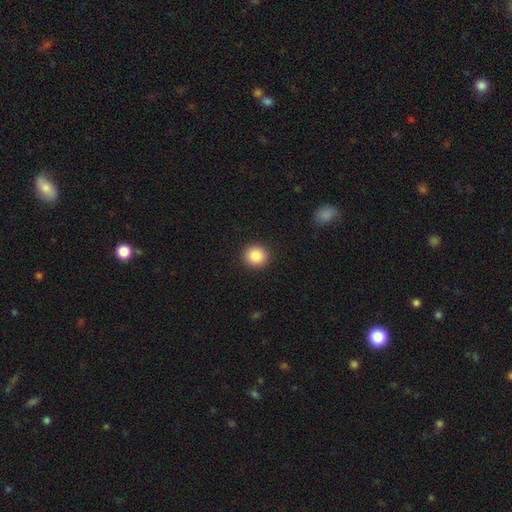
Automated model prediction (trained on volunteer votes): This is clearly a smooth galaxy (87%). How rounded: clearly round (92%). Merging: clearly none (92%).